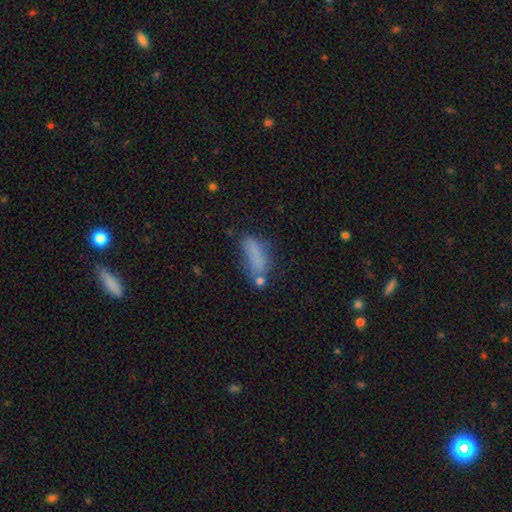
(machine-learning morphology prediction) smooth_or_featured: smooth (p=0.73) [alt: featured or disk p=0.15]
how_rounded: in between (p=0.63) [alt: cigar-shaped p=0.33]
merging: none (p=0.44) [alt: minor disturbance p=0.25]